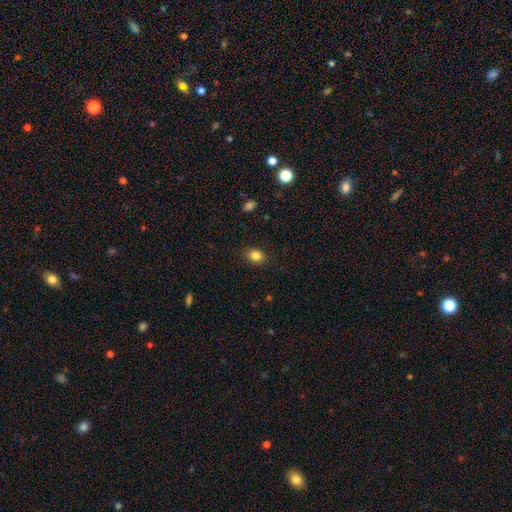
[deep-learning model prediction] smooth_or_featured: smooth (p=0.84) [alt: star or artifact p=0.11]
how_rounded: in between (p=0.56) [alt: round p=0.43]
merging: none (p=0.88) [alt: minor disturbance p=0.09]